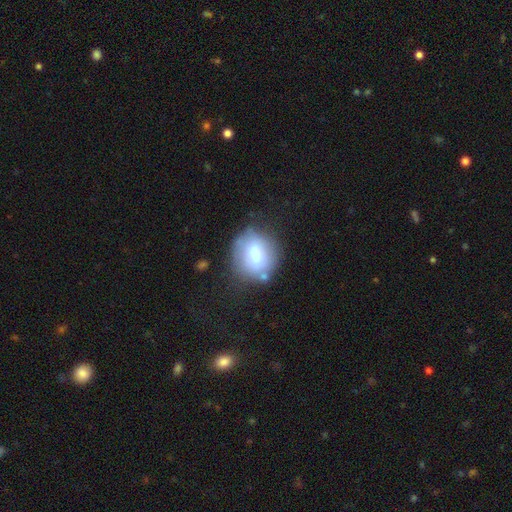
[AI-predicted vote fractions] This is likely a smooth galaxy (67%). How rounded: likely round (75%). Merging: likely none (64%).